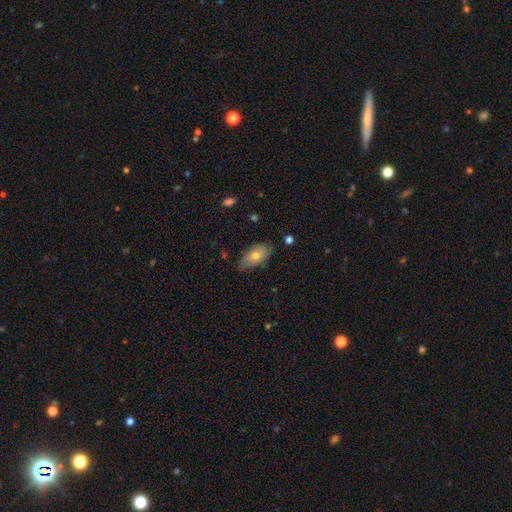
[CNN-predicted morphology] Smooth or featured?
  - smooth: 63% *
  - featured or disk: 30%
  - star or artifact: 8%
How rounded?
  - in between: 91% *
  - round: 5%
  - cigar-shaped: 4%
Merging?
  - none: 69% *
  - minor disturbance: 26%
  - major disturbance: 4%
  - merger: 1%